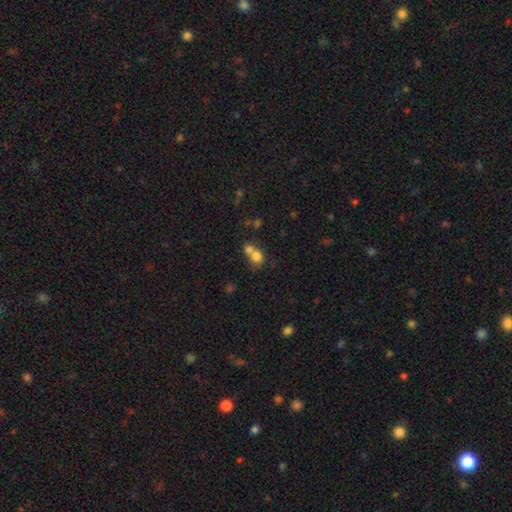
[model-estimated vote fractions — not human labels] Overall: smooth (75%). How rounded: round (69%; in between 30%). Merging: merger (60%; none 29%).